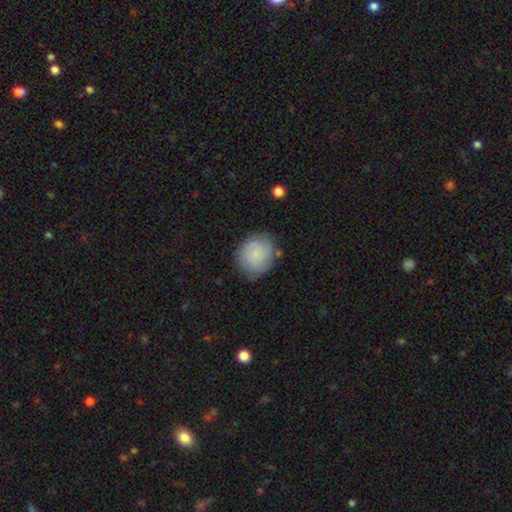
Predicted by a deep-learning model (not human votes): Smooth or featured?
  - smooth: 63% *
  - featured or disk: 29%
  - star or artifact: 8%
How rounded?
  - round: 78% *
  - in between: 21%
  - cigar-shaped: 1%
Merging?
  - none: 77% *
  - minor disturbance: 16%
  - major disturbance: 5%
  - merger: 2%